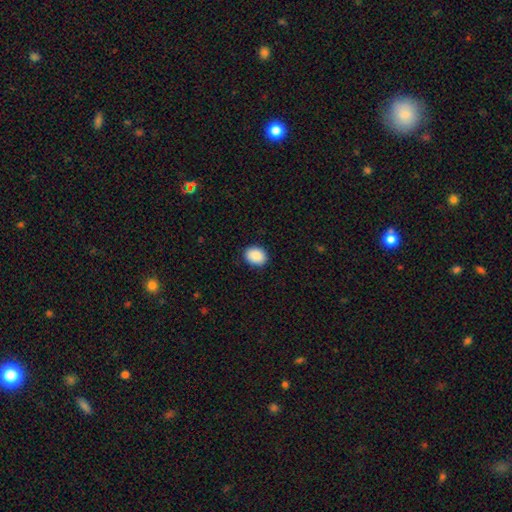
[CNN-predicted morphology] Smooth or featured? Predicted: smooth (p=0.90). How rounded? Predicted: in between (p=0.52). Merging? Predicted: none (p=0.90).